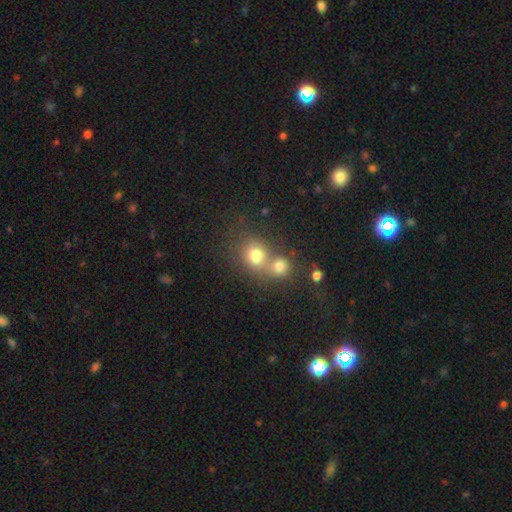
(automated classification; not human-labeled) Smooth or featured? Predicted: smooth (p=0.76). How rounded? Predicted: round (p=0.77). Merging? Predicted: merger (p=0.53).